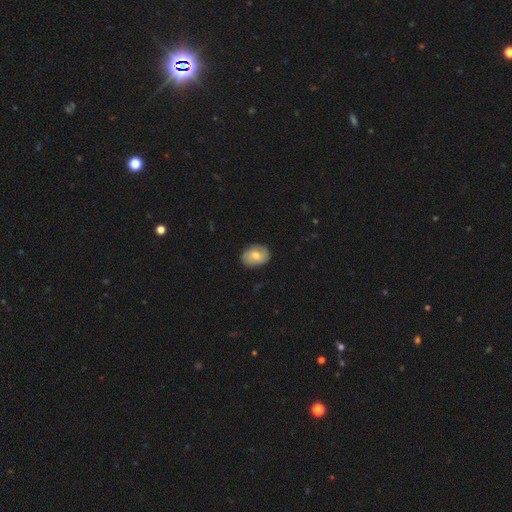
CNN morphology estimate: This appears to be a smooth galaxy with no disk features (65%) that is in between round and cigar-shaped (71%). Merging: none (85%).